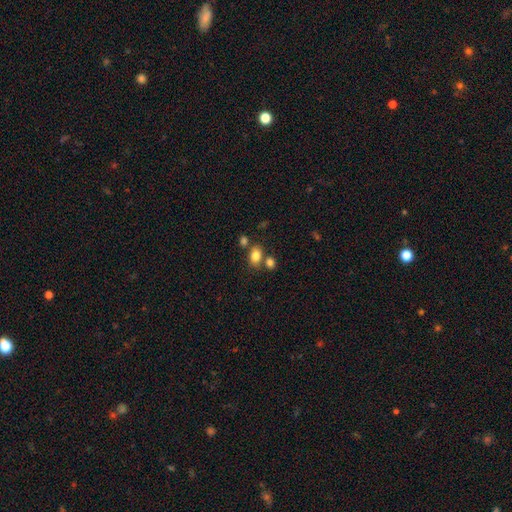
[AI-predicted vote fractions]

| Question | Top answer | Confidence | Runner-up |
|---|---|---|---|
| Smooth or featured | smooth | 82% | star or artifact (11%) |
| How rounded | in between | 71% | round (28%) |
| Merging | none | 63% | merger (21%) |